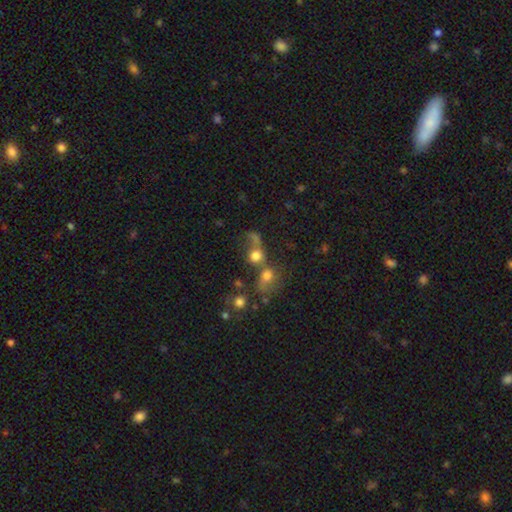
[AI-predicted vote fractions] Overall: smooth (67%). How rounded: round (75%). Merging: merger (52%; none 25%).